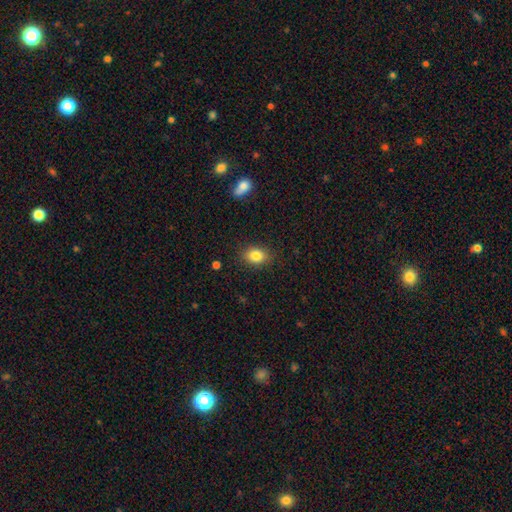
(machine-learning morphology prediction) Smooth or featured? Predicted: smooth (p=0.84). How rounded? Predicted: in between (p=0.69). Merging? Predicted: none (p=0.87).